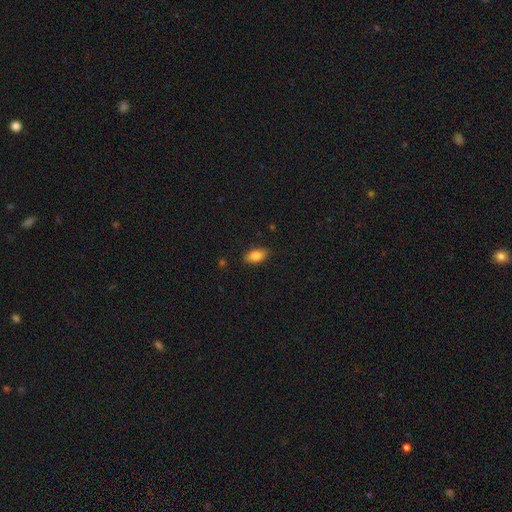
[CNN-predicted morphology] Q: Smooth or featured?
A: smooth (81%); runner-up: featured or disk (12%)
Q: How rounded?
A: in between (88%); runner-up: cigar-shaped (8%)
Q: Merging?
A: none (86%); runner-up: minor disturbance (11%)